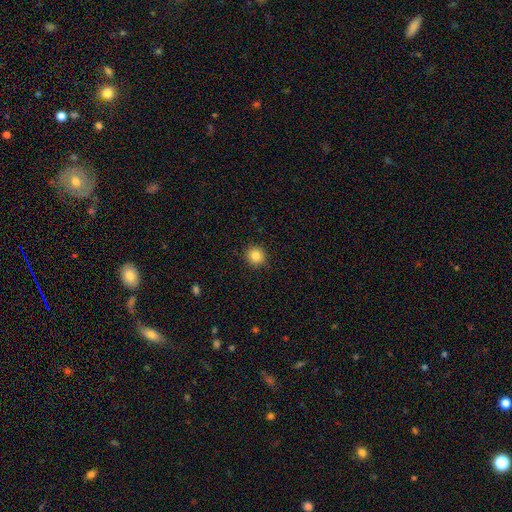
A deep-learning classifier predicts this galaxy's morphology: Overall: smooth (85%). How rounded: round (89%). Merging: none (92%).